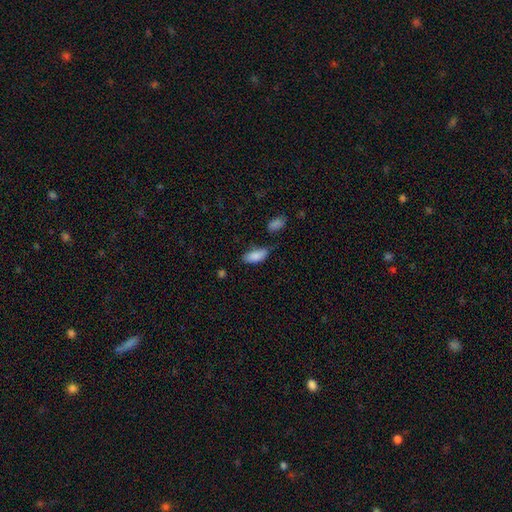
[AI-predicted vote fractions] Morphology: type=smooth (86%); roundness=in between (88%); merging=none (60%).